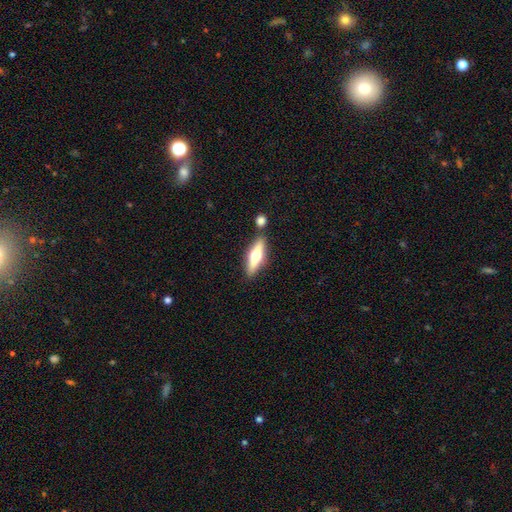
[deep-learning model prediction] featured or disk 53%, smooth 41%, star or artifact 6%. Down the decision tree: edge-on disk — yes (92%); merging — none (79%).